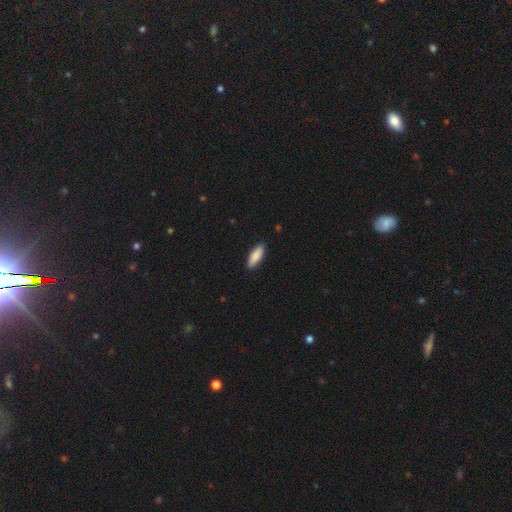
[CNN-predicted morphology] The model was most divided on "how rounded": in between: 65%, cigar-shaped: 33%, round: 2%. More confident: merging — none (88%); smooth or featured — smooth (88%).